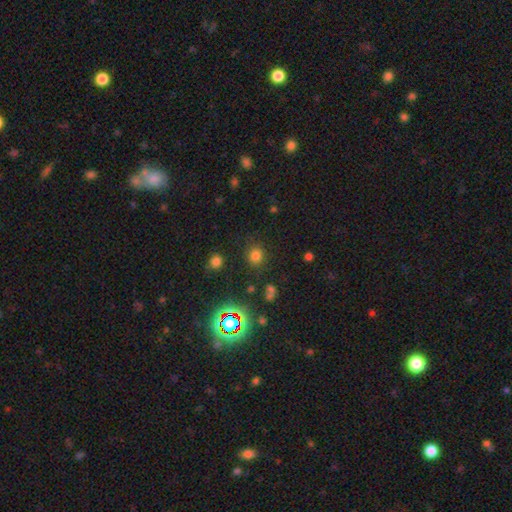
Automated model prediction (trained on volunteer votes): smooth 71%, star or artifact 23%, featured or disk 7%. Down the decision tree: how rounded — round (84%); merging — none (84%).